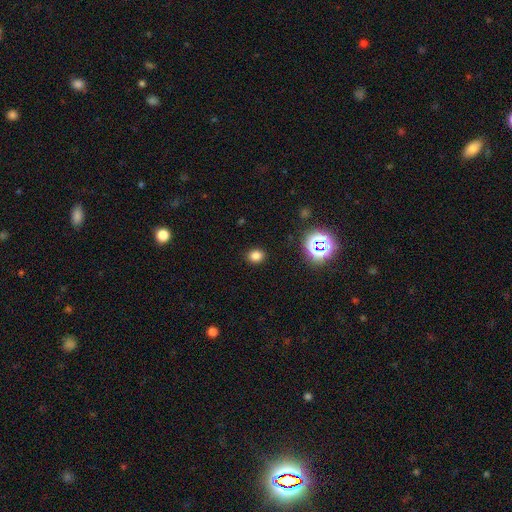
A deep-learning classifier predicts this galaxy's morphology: smooth 78%, star or artifact 17%, featured or disk 5%. Down the decision tree: how rounded — round (57%); merging — none (89%).